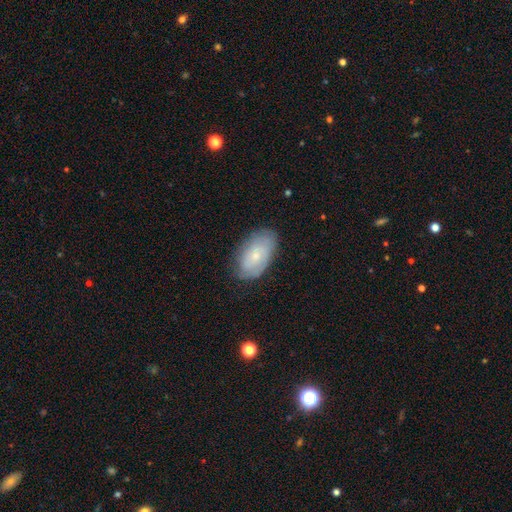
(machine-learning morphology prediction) This is possibly a smooth galaxy (55%). How rounded: clearly in between (93%). Merging: likely none (75%).